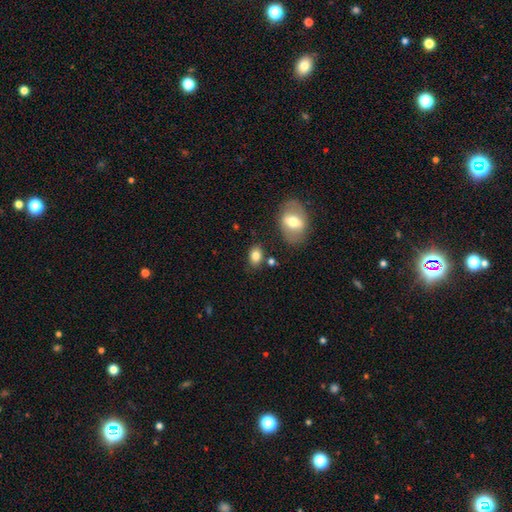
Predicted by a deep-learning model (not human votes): smooth-or-featured: smooth: 80% | featured or disk: 11% | star or artifact: 9%
  how-rounded: in between: 76% | round: 22% | cigar-shaped: 2%
  merging: none: 78% | minor disturbance: 13% | merger: 6% | major disturbance: 4%